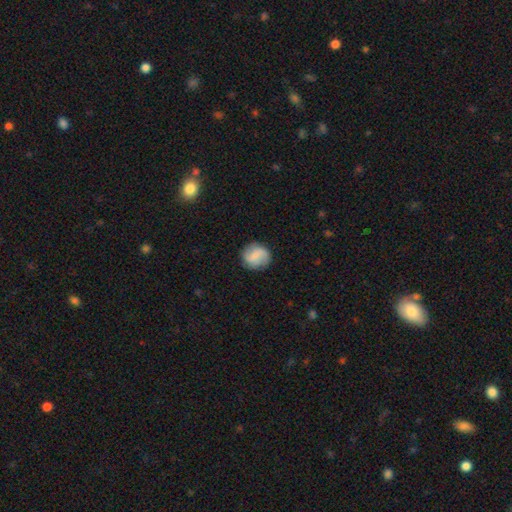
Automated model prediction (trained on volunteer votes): Morphology: type=smooth (53%); roundness=round (84%); merging=none (82%).